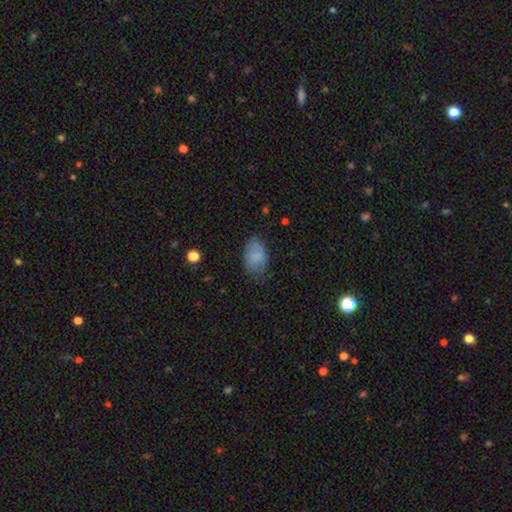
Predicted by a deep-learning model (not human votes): smooth 84%, featured or disk 8%, star or artifact 8%. Down the decision tree: how rounded — in between (89%); merging — none (73%).